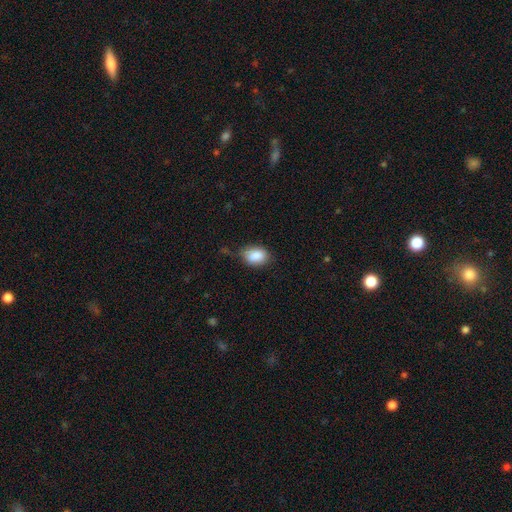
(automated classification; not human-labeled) This appears to be a smooth galaxy with no disk features (88%) that is in between round and cigar-shaped (79%). Merging: none (70%).